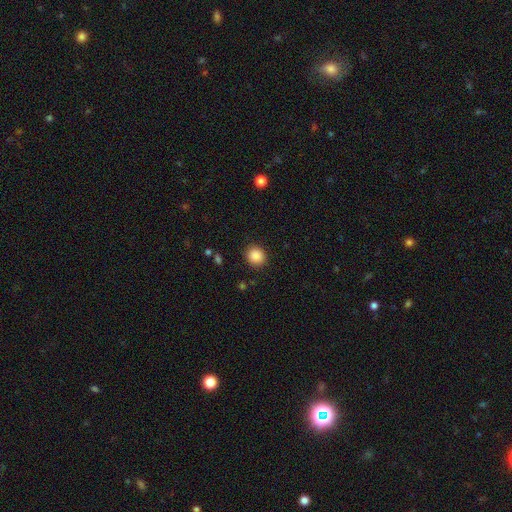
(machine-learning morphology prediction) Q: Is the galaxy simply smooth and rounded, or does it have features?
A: smooth — 88%.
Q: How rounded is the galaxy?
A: round — 82%.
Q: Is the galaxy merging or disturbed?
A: none — 89%.